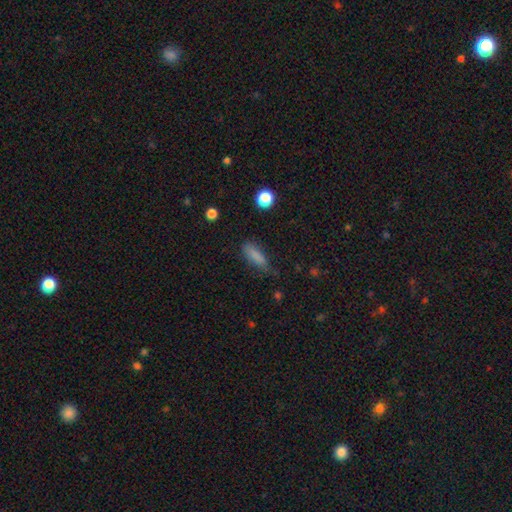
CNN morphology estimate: A smooth galaxy with no disk features (82%) that is cigar-shaped (50%). Merging: none (68%).